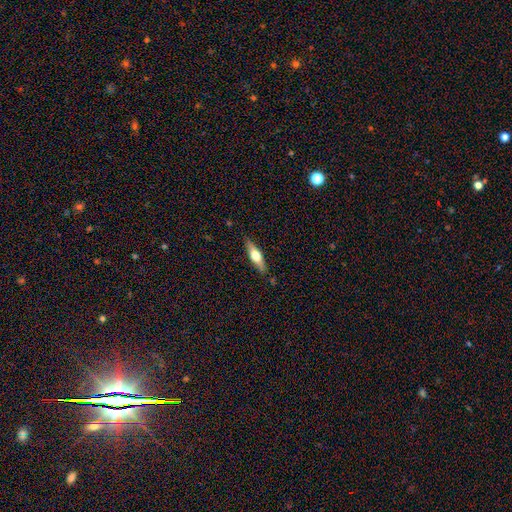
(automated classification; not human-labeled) featured or disk 49%, smooth 45%, star or artifact 6%. Down the decision tree: merging — none (85%).